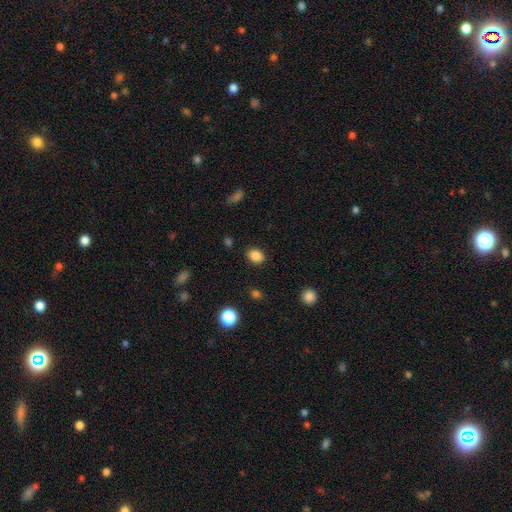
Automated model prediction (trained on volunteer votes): smooth-or-featured: smooth: 86% | star or artifact: 10% | featured or disk: 4%
  how-rounded: in between: 59% | round: 40% | cigar-shaped: 1%
  merging: none: 86% | minor disturbance: 10% | major disturbance: 3% | merger: 2%